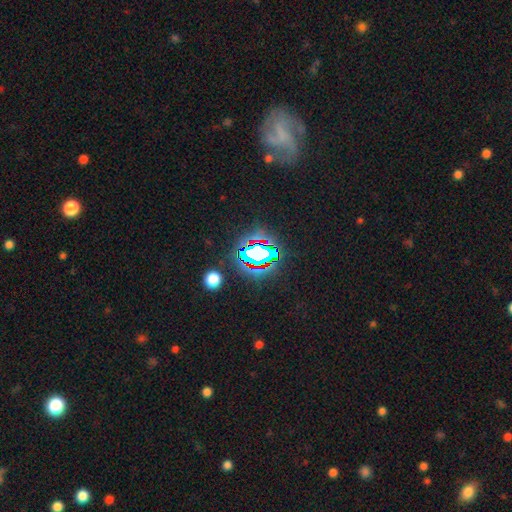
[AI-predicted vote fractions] Q: Smooth or featured?
A: star or artifact (64%); runner-up: smooth (18%)